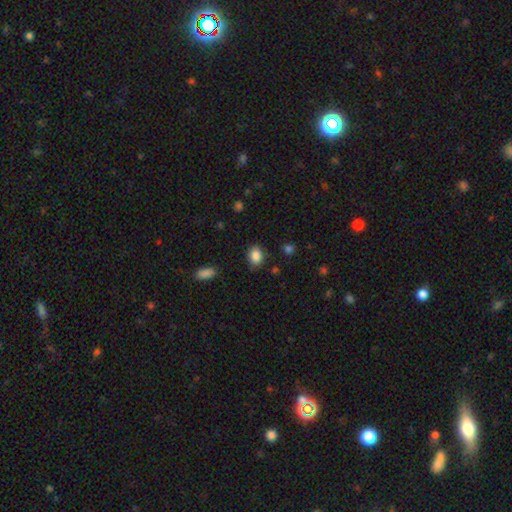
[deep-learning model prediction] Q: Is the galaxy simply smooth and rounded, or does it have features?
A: smooth — 87%.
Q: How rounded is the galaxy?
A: in between — 54%.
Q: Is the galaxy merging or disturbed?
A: none — 80%.